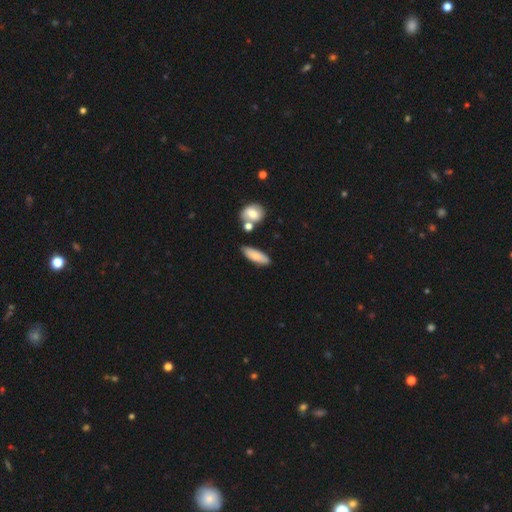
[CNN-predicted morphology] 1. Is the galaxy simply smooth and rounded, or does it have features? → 80% smooth, 13% featured or disk, 7% star or artifact.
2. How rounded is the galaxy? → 61% in between, 36% cigar-shaped, 3% round.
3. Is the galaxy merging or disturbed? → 75% none, 14% minor disturbance, 8% merger, 3% major disturbance.